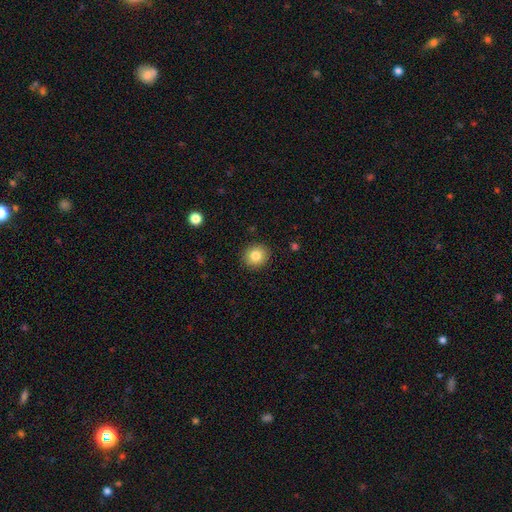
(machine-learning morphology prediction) This appears to be a smooth galaxy with no disk features (83%) that is round (81%). Merging: none (90%).